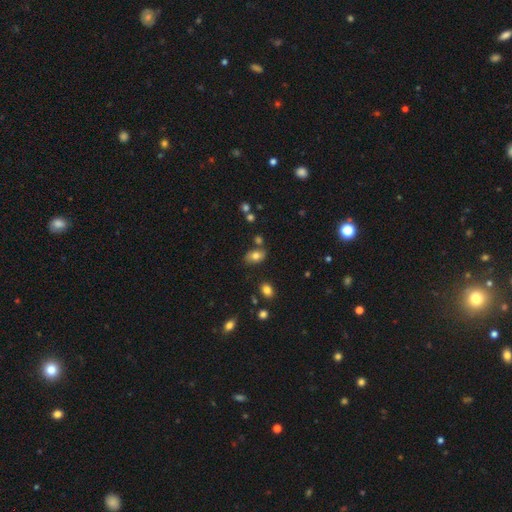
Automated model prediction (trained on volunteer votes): This is likely a smooth galaxy (77%). How rounded: clearly in between (85%). Merging: likely none (73%).